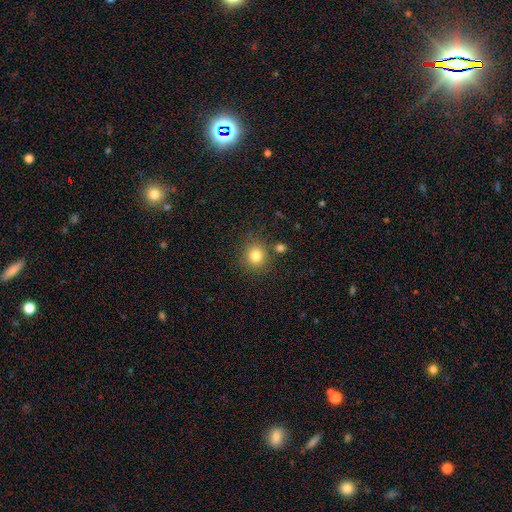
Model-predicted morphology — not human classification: This is clearly a smooth galaxy (81%). How rounded: clearly round (86%). Merging: likely none (79%).